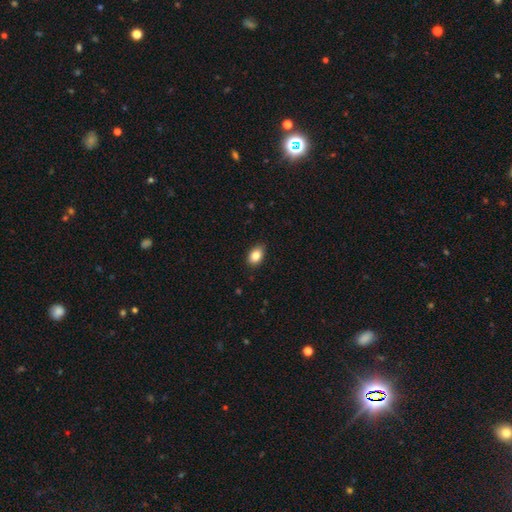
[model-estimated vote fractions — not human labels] Overall: smooth (85%). How rounded: in between (83%). Merging: none (87%).